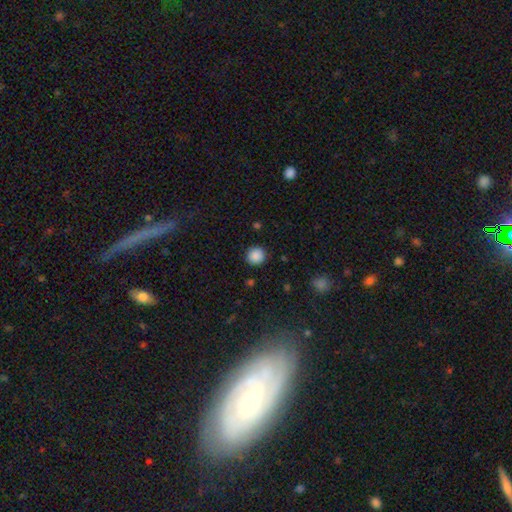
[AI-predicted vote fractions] Smooth or featured? smooth (87%)
How rounded? round (94%)
Merging? none (90%)